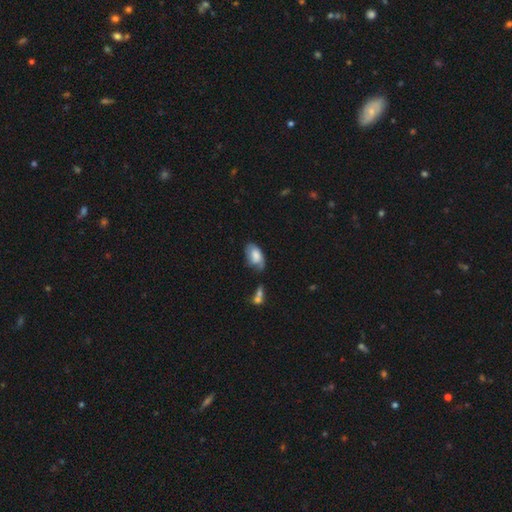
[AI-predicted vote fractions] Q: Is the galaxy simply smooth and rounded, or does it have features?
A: smooth — 68%.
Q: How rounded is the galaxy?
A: in between — 93%.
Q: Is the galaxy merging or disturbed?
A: none — 46%.